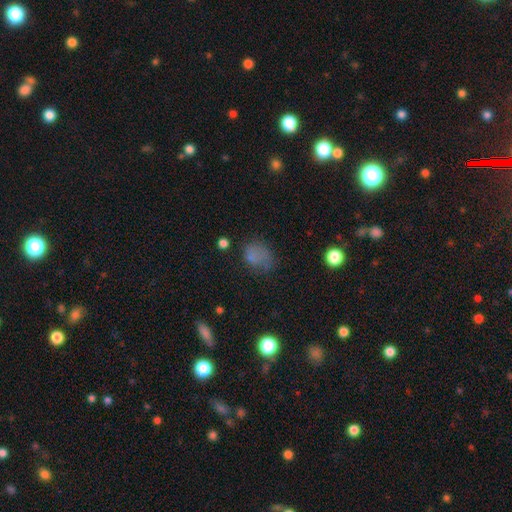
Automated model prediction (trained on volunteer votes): Morphology: type=smooth (66%); roundness=in between (58%); merging=none (48%).